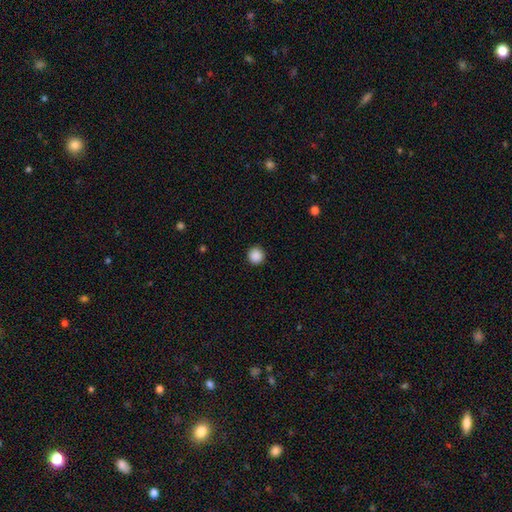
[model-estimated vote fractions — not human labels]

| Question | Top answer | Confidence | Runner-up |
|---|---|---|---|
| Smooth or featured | smooth | 88% | star or artifact (9%) |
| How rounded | round | 95% | in between (4%) |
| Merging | none | 93% | minor disturbance (5%) |